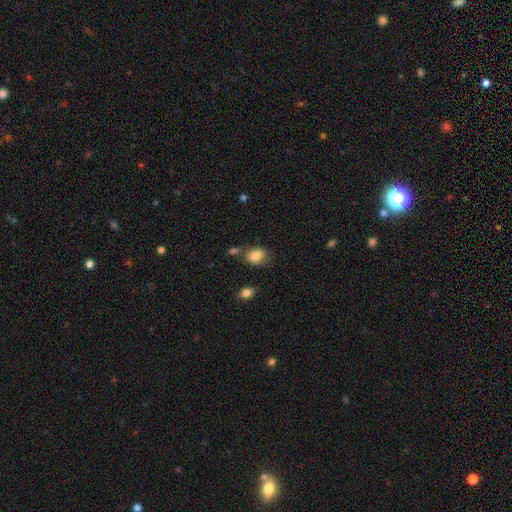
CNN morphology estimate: smooth 84%, star or artifact 9%, featured or disk 8%. Down the decision tree: how rounded — in between (68%); merging — none (62%).